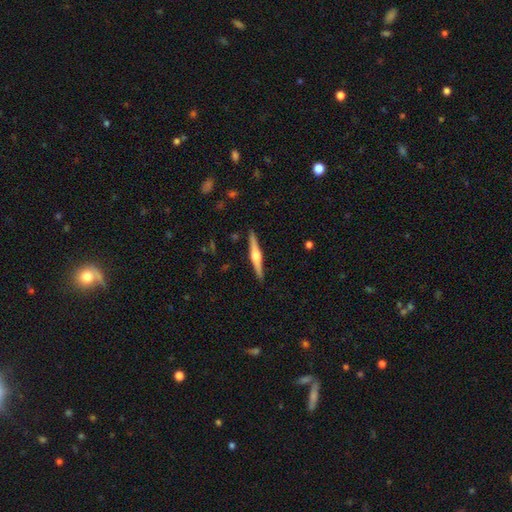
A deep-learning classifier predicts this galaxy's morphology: Q: Smooth or featured?
A: featured or disk (76%); runner-up: smooth (19%)
Q: Edge-on disk?
A: yes (98%); runner-up: no (2%)
Q: Edge-on bulge?
A: rounded (88%); runner-up: boxy (9%)
Q: Merging?
A: none (91%); runner-up: minor disturbance (7%)